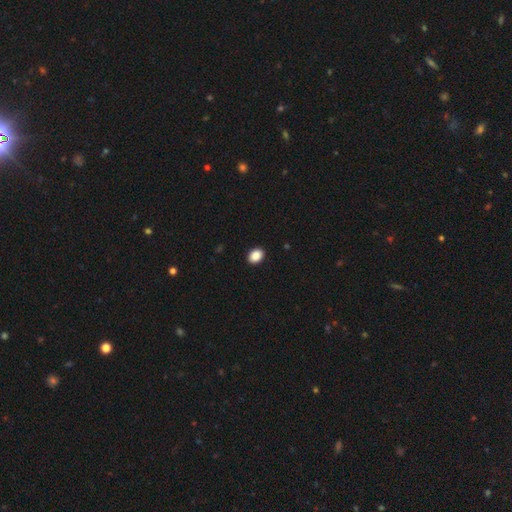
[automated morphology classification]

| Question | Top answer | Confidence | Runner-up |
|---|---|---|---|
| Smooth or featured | smooth | 89% | star or artifact (8%) |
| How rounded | in between | 68% | round (31%) |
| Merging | none | 91% | minor disturbance (6%) |